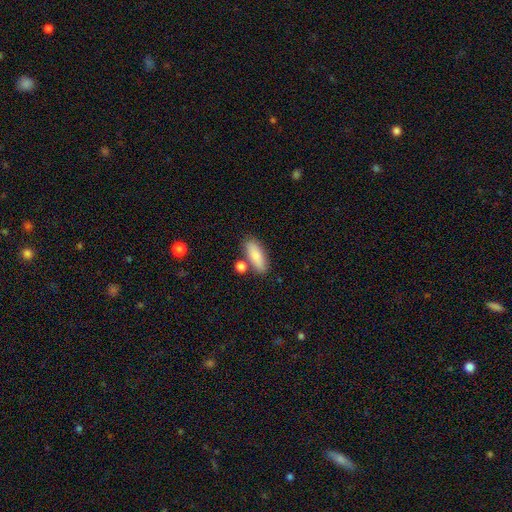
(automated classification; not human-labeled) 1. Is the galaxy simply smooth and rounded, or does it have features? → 82% smooth, 12% featured or disk, 6% star or artifact.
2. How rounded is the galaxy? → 74% in between, 23% cigar-shaped, 3% round.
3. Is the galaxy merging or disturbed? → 71% none, 13% minor disturbance, 12% merger, 3% major disturbance.